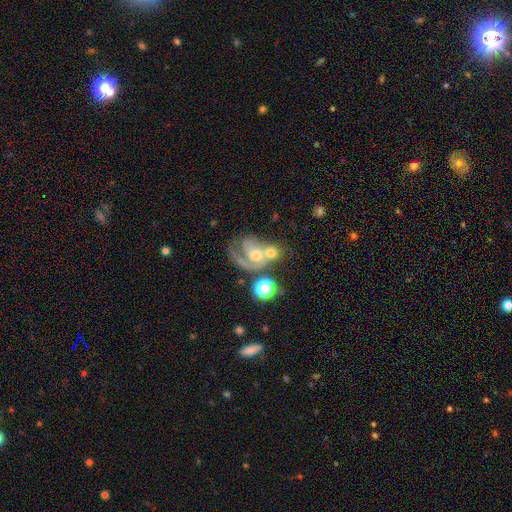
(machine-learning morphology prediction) Smooth or featured? Predicted: featured or disk (p=0.67). Edge-on disk? Predicted: no (p=0.98). Bar? Predicted: no (p=0.71). Spiral arms? Predicted: yes (p=0.79). Spiral winding? Predicted: medium (p=0.40). Spiral arm count? Predicted: 1 (p=0.65). Bulge size? Predicted: moderate (p=0.51). Merging? Predicted: merger (p=0.49).